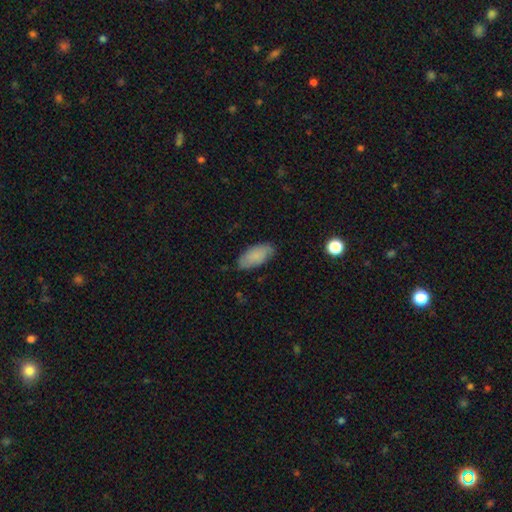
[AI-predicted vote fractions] Smooth or featured?
  - smooth: 80% *
  - featured or disk: 13%
  - star or artifact: 7%
How rounded?
  - in between: 91% *
  - cigar-shaped: 7%
  - round: 2%
Merging?
  - none: 77% *
  - minor disturbance: 18%
  - major disturbance: 3%
  - merger: 1%